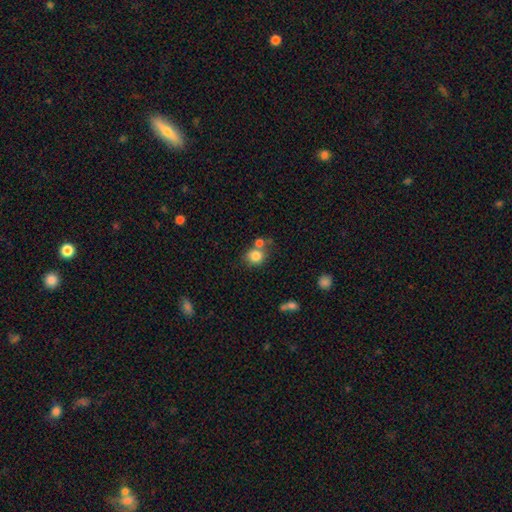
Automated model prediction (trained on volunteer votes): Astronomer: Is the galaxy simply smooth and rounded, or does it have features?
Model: smooth — 82%.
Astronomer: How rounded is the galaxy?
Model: round — 81%.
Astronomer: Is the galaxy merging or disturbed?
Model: none — 57%.